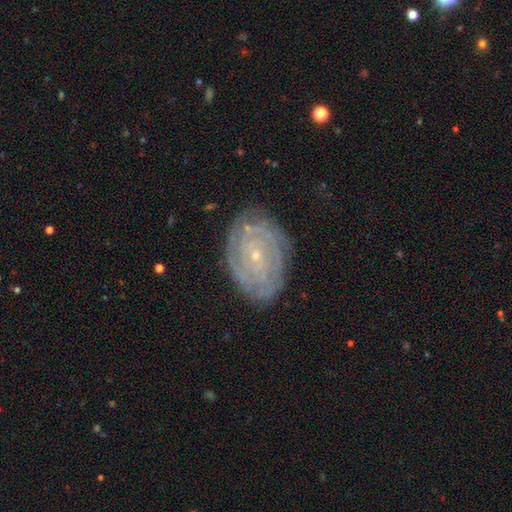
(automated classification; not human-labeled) Smooth or featured? featured or disk (82%)
Edge-on disk? no (97%)
Bar? no (69%)
Spiral arms? yes (95%)
Spiral winding? tight (81%)
Spiral arm count? can't tell (36%)
Bulge size? small (85%)
Merging? none (81%)